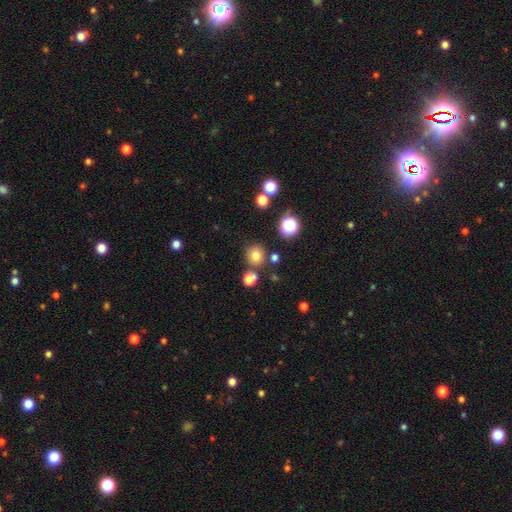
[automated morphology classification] Smooth or featured? Predicted: smooth (p=0.75). How rounded? Predicted: round (p=0.87). Merging? Predicted: none (p=0.78).